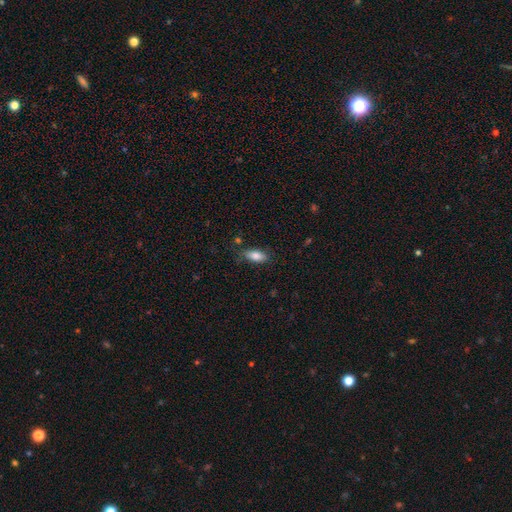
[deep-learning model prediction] smooth_or_featured: smooth (p=0.82) [alt: featured or disk p=0.11]
how_rounded: in between (p=0.82) [alt: cigar-shaped p=0.15]
merging: none (p=0.78) [alt: minor disturbance p=0.16]